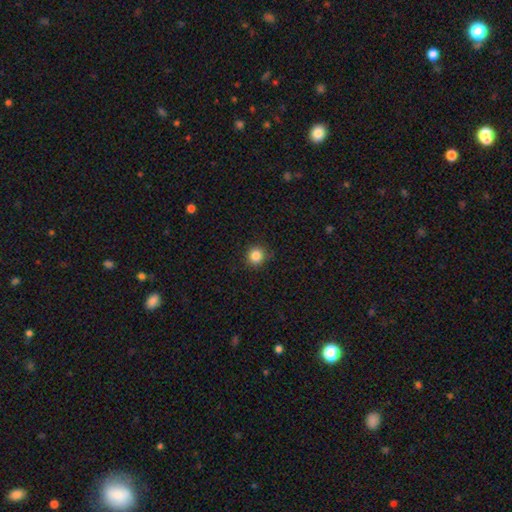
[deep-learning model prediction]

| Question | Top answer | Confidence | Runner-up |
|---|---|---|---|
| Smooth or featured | smooth | 85% | star or artifact (11%) |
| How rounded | round | 92% | in between (7%) |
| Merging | none | 88% | minor disturbance (9%) |